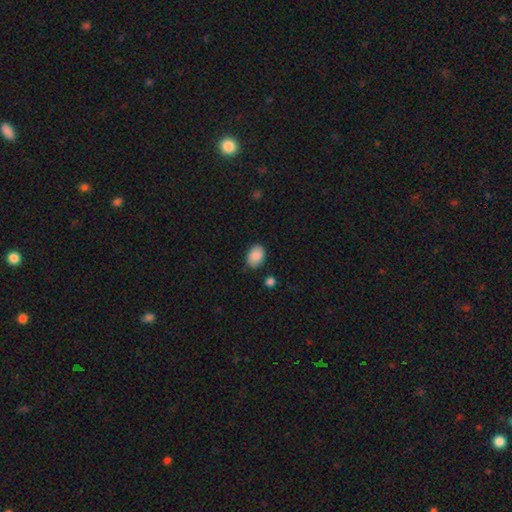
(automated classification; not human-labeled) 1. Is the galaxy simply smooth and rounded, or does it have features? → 89% smooth, 7% star or artifact, 4% featured or disk.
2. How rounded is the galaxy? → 81% in between, 18% round, 1% cigar-shaped.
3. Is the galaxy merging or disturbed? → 79% none, 15% minor disturbance, 3% major disturbance, 2% merger.